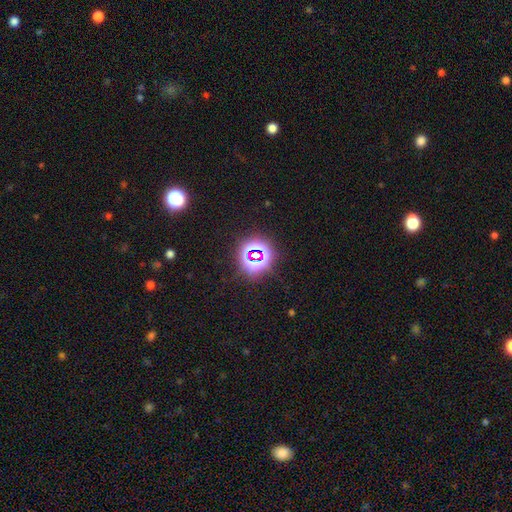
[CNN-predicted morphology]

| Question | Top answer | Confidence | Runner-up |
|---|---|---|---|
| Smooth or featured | star or artifact | 75% | smooth (17%) |